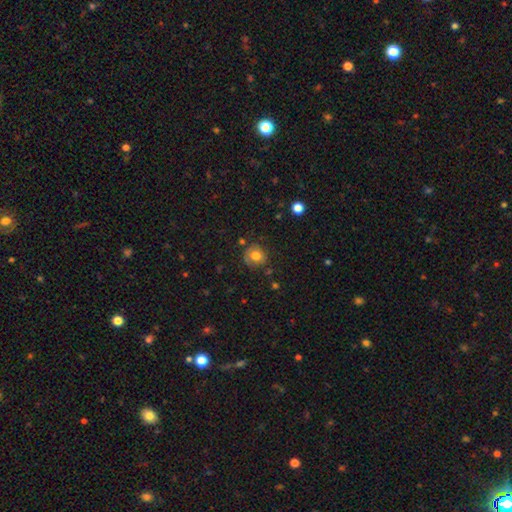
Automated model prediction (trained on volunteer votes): Overall: smooth (71%). How rounded: round (81%). Merging: none (70%).